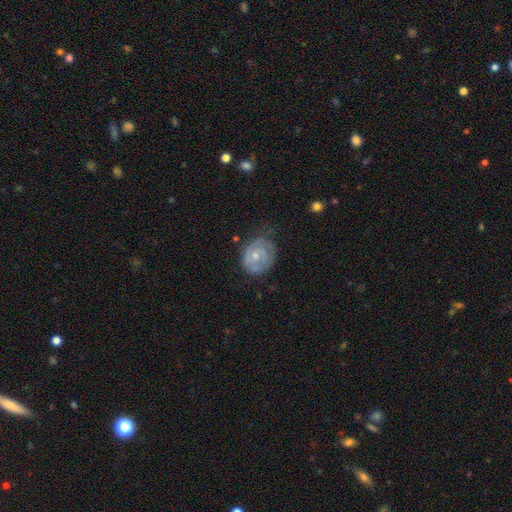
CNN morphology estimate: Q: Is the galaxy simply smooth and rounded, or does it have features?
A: featured or disk — 63%.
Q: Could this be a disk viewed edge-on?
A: no — 97%.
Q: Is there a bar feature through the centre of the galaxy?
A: no — 73%.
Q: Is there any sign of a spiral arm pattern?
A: yes — 78%.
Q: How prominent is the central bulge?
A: small — 52%.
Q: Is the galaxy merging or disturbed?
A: none — 57%.